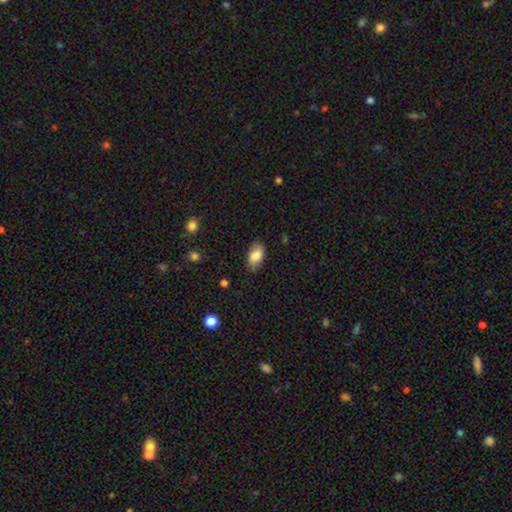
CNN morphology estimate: Overall: smooth (82%). How rounded: in between (92%). Merging: none (82%).